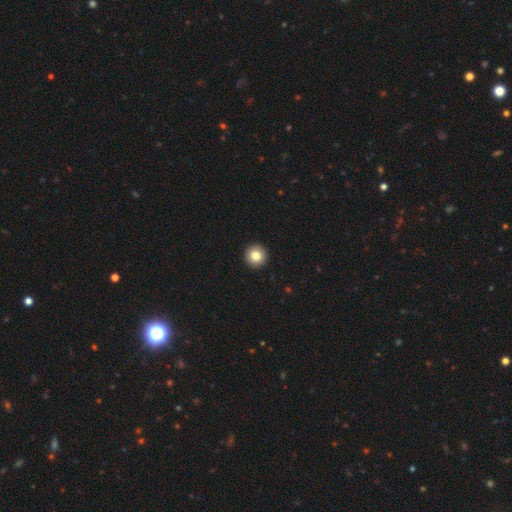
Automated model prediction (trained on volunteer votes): A smooth galaxy with no disk features (82%) that is round (96%). Merging: none (94%).